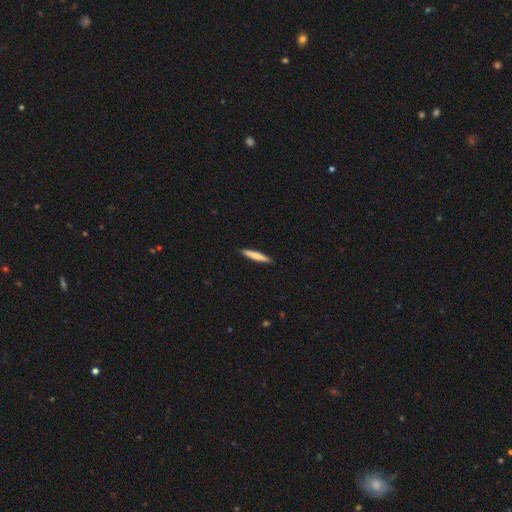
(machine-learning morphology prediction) The model was most divided on "smooth or featured": smooth: 66%, featured or disk: 29%, star or artifact: 5%. More confident: how rounded — cigar-shaped (92%); merging — none (91%).